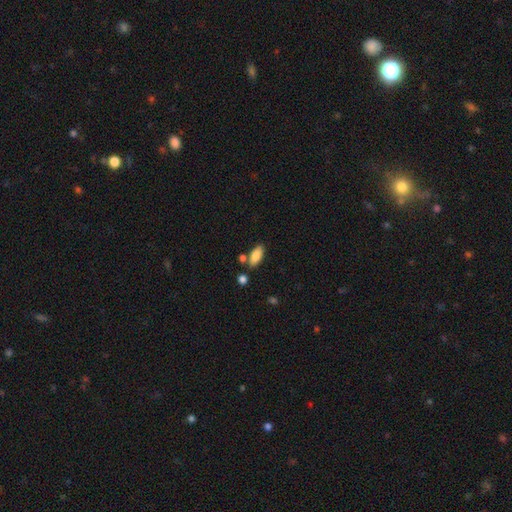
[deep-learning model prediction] Morphology: type=smooth (86%); roundness=in between (86%); merging=none (73%).